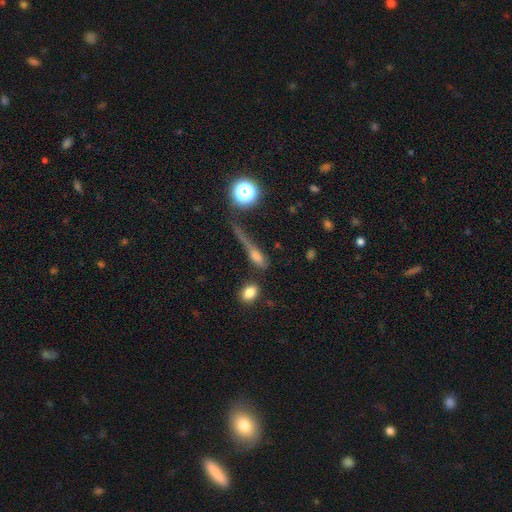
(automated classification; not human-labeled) Smooth or featured? Predicted: smooth (p=0.51). How rounded? Predicted: cigar-shaped (p=0.52). Merging? Predicted: none (p=0.41).